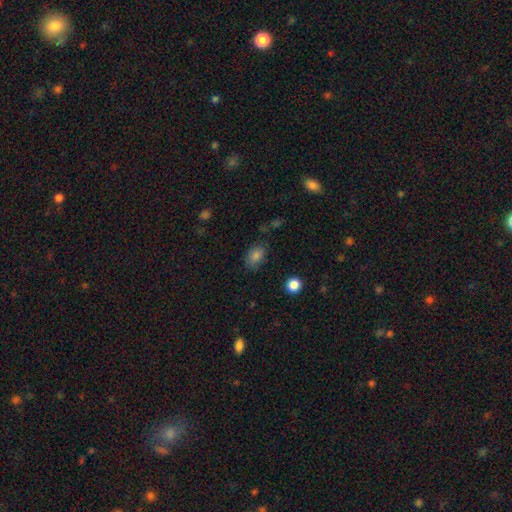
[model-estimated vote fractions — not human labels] The model was most divided on "merging": none: 75%, minor disturbance: 18%, major disturbance: 5%, merger: 2%. More confident: smooth or featured — smooth (82%); how rounded — in between (81%).